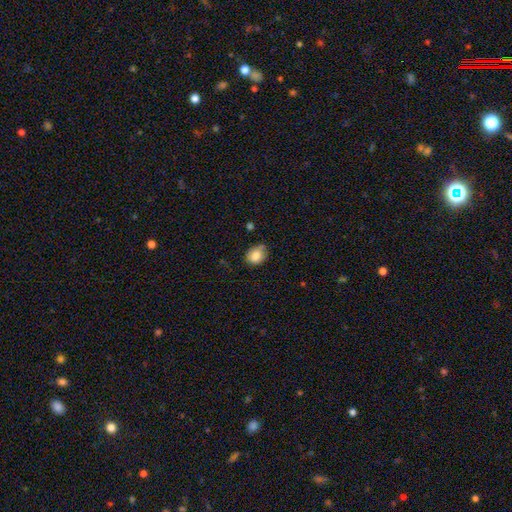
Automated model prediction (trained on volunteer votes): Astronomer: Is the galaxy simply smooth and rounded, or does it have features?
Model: smooth — 82%.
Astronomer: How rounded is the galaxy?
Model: in between — 50% (runner-up: round, 49%).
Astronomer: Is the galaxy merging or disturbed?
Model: none — 57% (runner-up: minor disturbance, 32%).